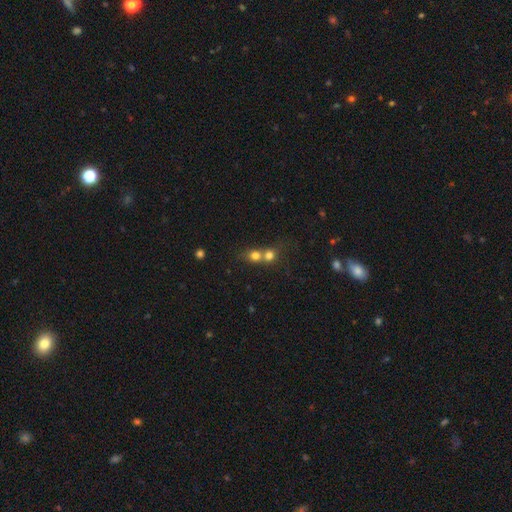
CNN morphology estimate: A smooth galaxy with no disk features (73%) that is round (78%). Merging: merger (65%).